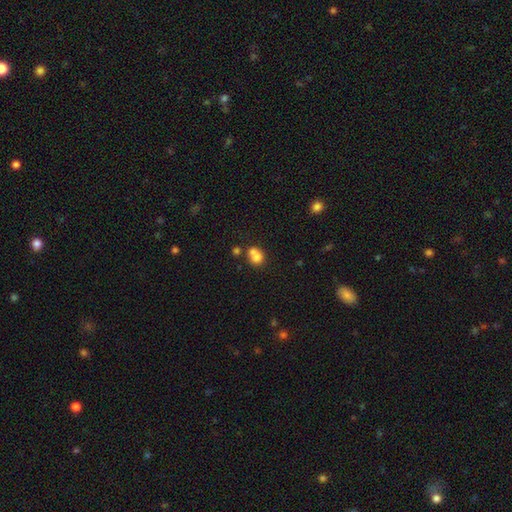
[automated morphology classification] A smooth galaxy with no disk features (74%) that is round (67%).

Vote fractions:
- Smooth or featured? smooth: 74% / featured or disk: 15% / star or artifact: 11%
- How rounded? round: 67% / in between: 32% / cigar-shaped: 1%
- Merging? merger: 56% / none: 31% / minor disturbance: 8% / major disturbance: 4%